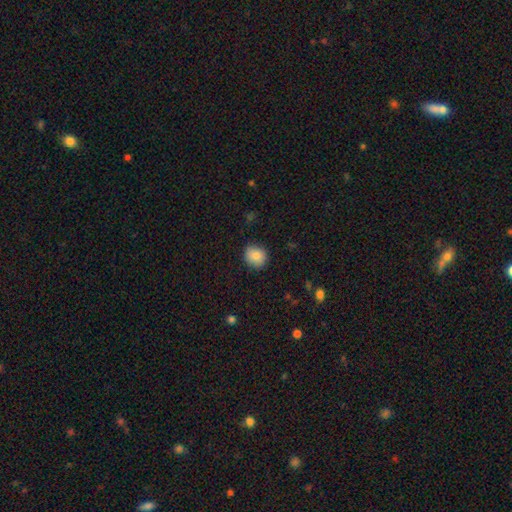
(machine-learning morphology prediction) The model was most divided on "how rounded": round: 80%, in between: 19%, cigar-shaped: 1%. More confident: merging — none (86%); smooth or featured — smooth (85%).